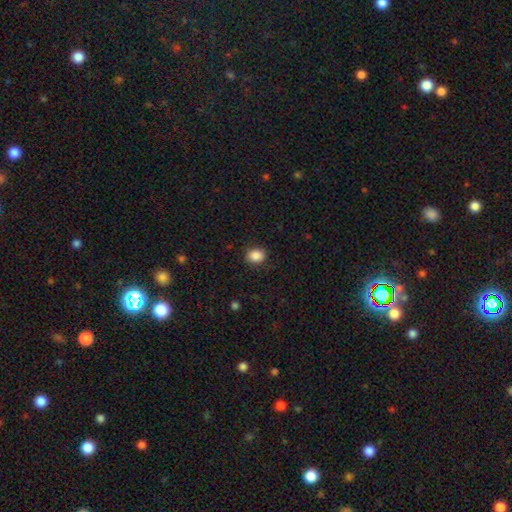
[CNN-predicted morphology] smooth 87%, star or artifact 9%, featured or disk 4%. Down the decision tree: how rounded — in between (55%); merging — none (87%).